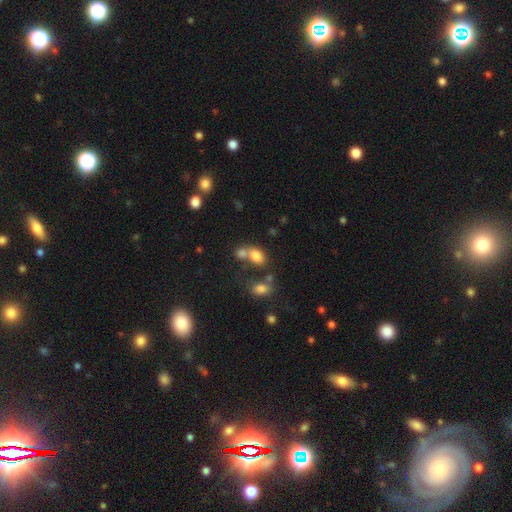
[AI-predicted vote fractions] Smooth or featured? smooth (78%)
How rounded? in between (75%)
Merging? merger (48%)